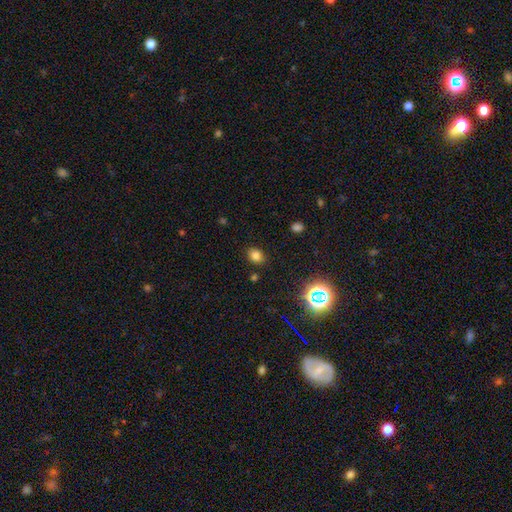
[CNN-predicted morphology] This is likely a smooth galaxy (77%). How rounded: possibly in between (55%). Merging: clearly none (86%).